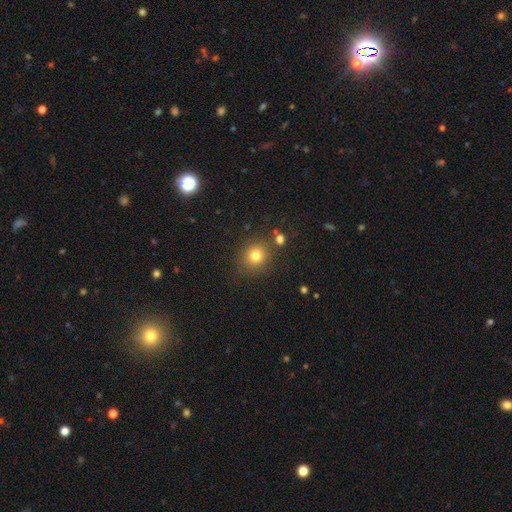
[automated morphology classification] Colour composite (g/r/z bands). It shows a smooth galaxy with no disk features (79%) that is round (87%). Merging: none (84%).